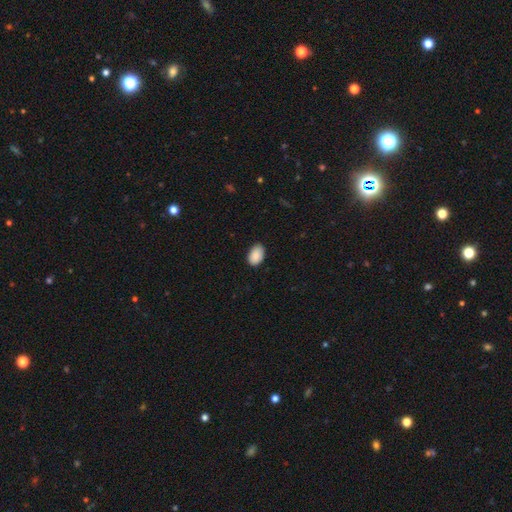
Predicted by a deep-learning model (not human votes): The model was most divided on "merging": none: 84%, minor disturbance: 13%, major disturbance: 2%, merger: 1%. More confident: how rounded — in between (91%); smooth or featured — smooth (89%).